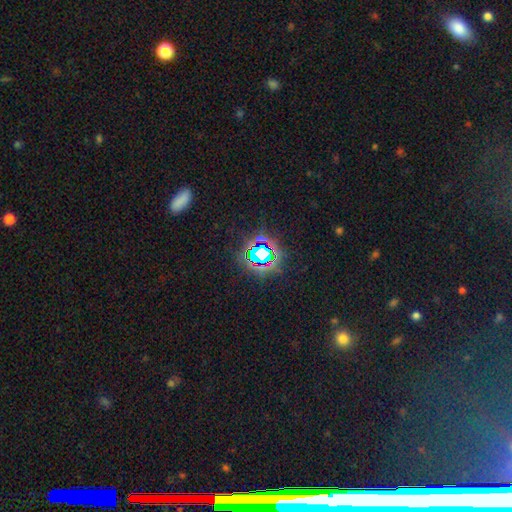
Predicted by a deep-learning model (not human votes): star or artifact 75%, smooth 16%, featured or disk 10%.